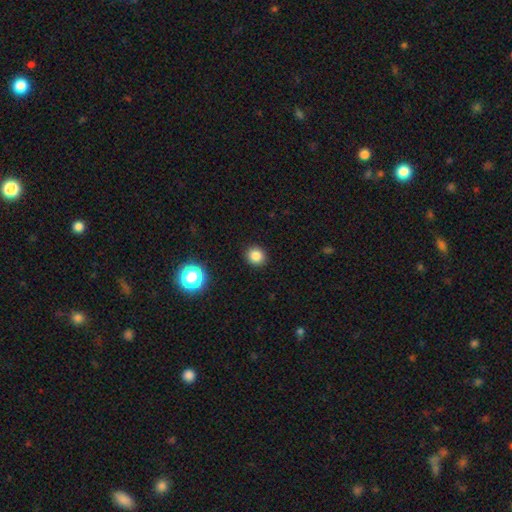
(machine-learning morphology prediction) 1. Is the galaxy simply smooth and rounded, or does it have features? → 83% smooth, 13% star or artifact, 4% featured or disk.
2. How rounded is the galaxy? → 88% round, 11% in between, 1% cigar-shaped.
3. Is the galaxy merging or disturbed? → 92% none, 5% minor disturbance, 2% major disturbance, 1% merger.